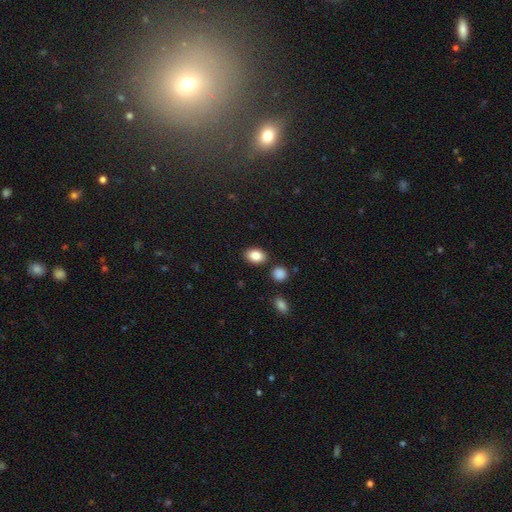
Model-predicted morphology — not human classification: smooth 86%, star or artifact 8%, featured or disk 6%. Down the decision tree: how rounded — in between (80%); merging — none (84%).